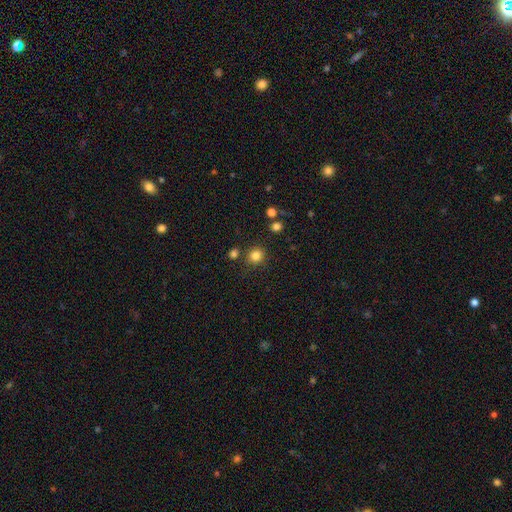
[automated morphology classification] The model was most divided on "smooth or featured": smooth: 82%, star or artifact: 13%, featured or disk: 5%. More confident: how rounded — round (85%); merging — none (81%).